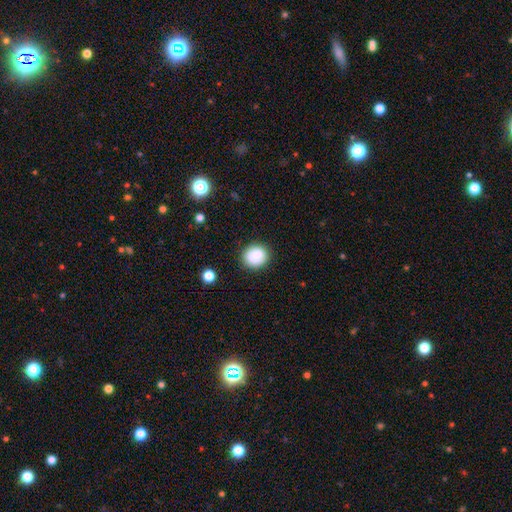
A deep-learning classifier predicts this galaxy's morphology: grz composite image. It shows a smooth galaxy with no disk features (83%) that is round (83%). Merging: none (82%).